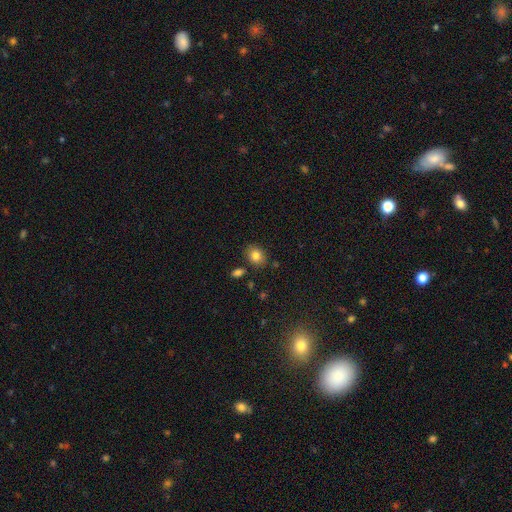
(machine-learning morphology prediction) Q: Smooth or featured?
A: smooth (82%); runner-up: star or artifact (9%)
Q: How rounded?
A: in between (57%); runner-up: round (42%)
Q: Merging?
A: none (81%); runner-up: minor disturbance (11%)